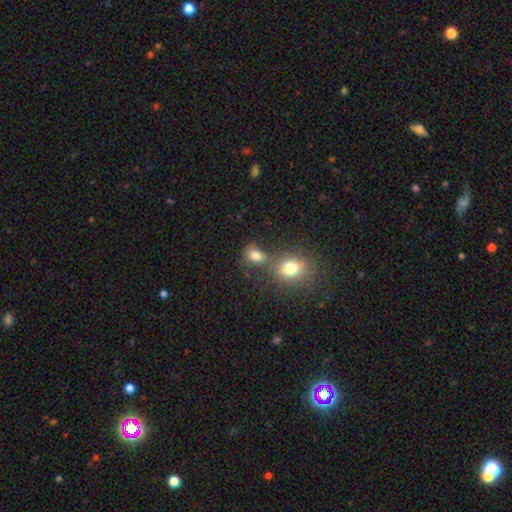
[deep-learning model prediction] smooth 77%, star or artifact 14%, featured or disk 9%. Down the decision tree: how rounded — in between (59%); merging — none (47%).